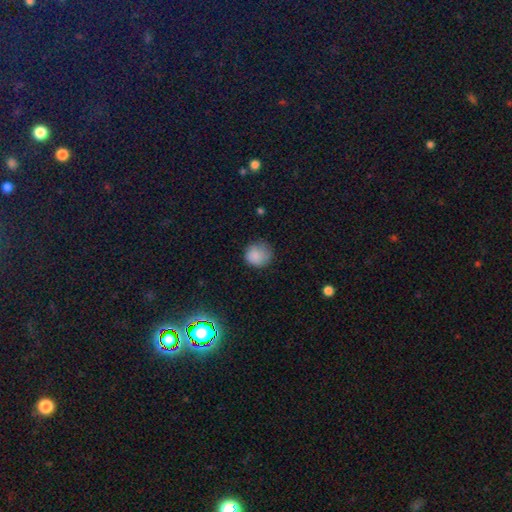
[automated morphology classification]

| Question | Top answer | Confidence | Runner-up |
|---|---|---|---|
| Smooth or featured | smooth | 84% | star or artifact (10%) |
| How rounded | round | 89% | in between (11%) |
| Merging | none | 72% | minor disturbance (21%) |